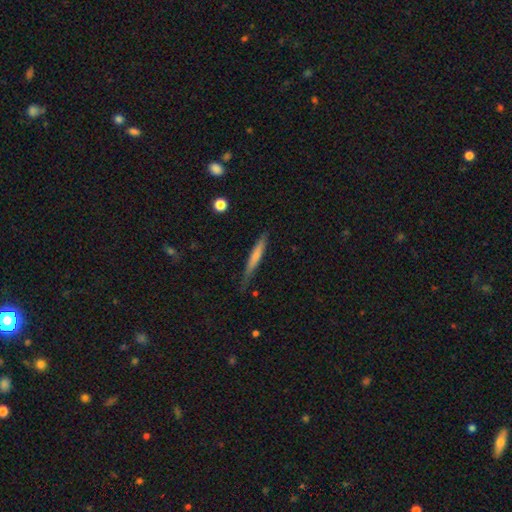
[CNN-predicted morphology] The model was most divided on "smooth or featured": smooth: 62%, featured or disk: 32%, star or artifact: 6%. More confident: how rounded — cigar-shaped (94%); merging — none (74%).